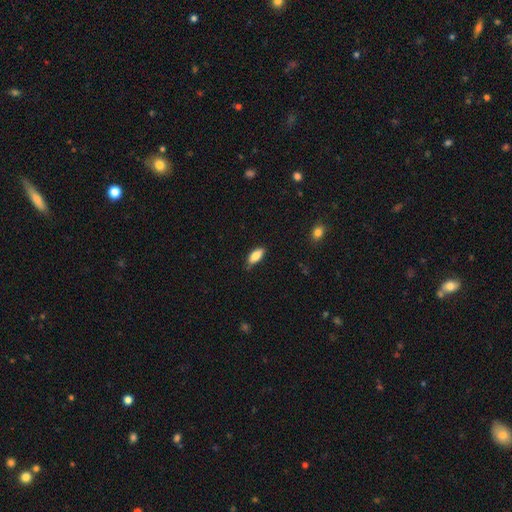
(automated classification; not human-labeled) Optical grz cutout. It shows a smooth galaxy with no disk features (82%) that is in between round and cigar-shaped (84%). Merging: none (79%).